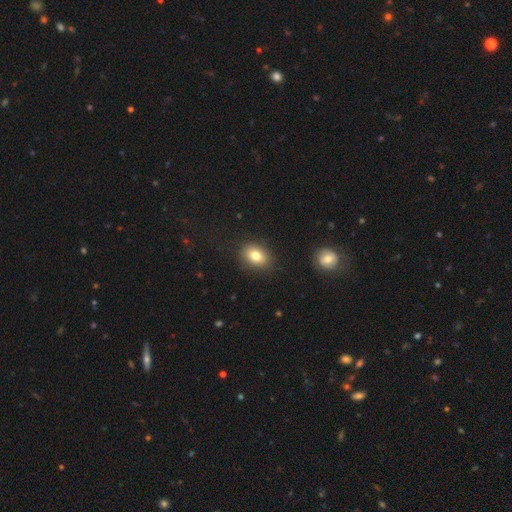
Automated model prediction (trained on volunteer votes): This is likely a smooth galaxy (80%). How rounded: likely in between (68%). Merging: clearly none (86%).